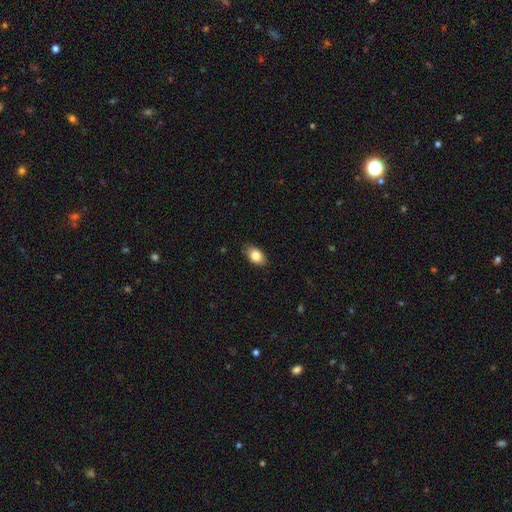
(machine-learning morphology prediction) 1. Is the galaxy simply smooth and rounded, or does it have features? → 84% smooth, 9% featured or disk, 7% star or artifact.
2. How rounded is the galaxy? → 88% in between, 10% round, 2% cigar-shaped.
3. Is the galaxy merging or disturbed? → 82% none, 14% minor disturbance, 2% major disturbance, 1% merger.